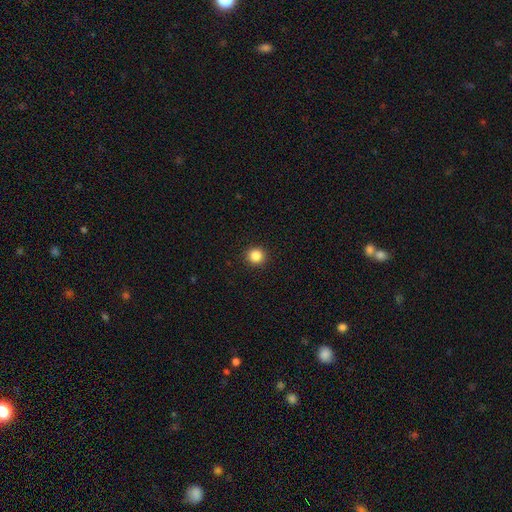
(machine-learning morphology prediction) The model was most divided on "smooth or featured": smooth: 85%, star or artifact: 11%, featured or disk: 4%. More confident: how rounded — round (94%); merging — none (93%).